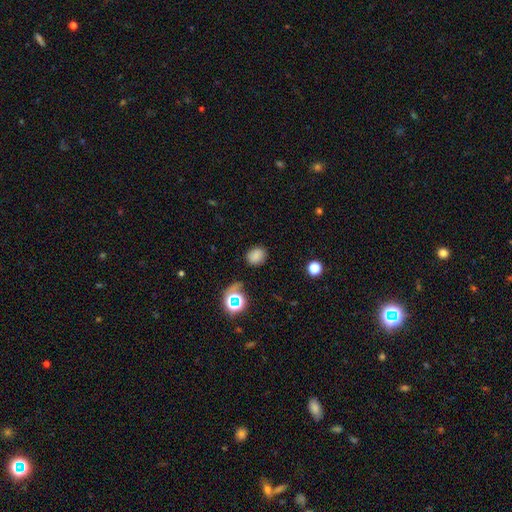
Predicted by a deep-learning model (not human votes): A smooth galaxy with no disk features (76%) that is round (53%).

Vote fractions:
- Smooth or featured? smooth: 76% / star or artifact: 16% / featured or disk: 8%
- How rounded? round: 53% / in between: 46% / cigar-shaped: 1%
- Merging? none: 78% / minor disturbance: 15% / major disturbance: 5% / merger: 2%